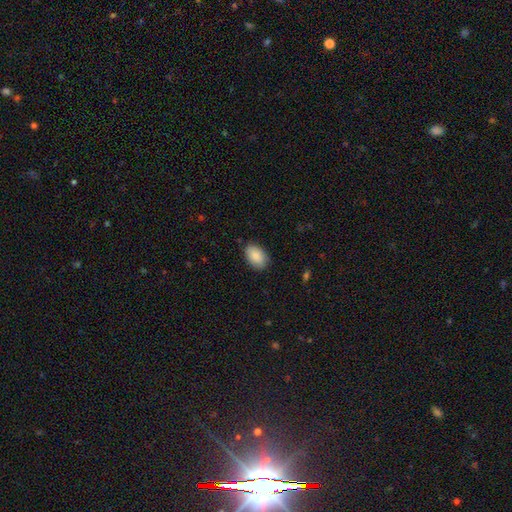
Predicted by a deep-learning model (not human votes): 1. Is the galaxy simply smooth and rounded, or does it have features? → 89% smooth, 6% star or artifact, 5% featured or disk.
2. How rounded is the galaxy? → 92% in between, 7% round, 1% cigar-shaped.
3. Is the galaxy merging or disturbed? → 83% none, 13% minor disturbance, 3% major disturbance, 1% merger.